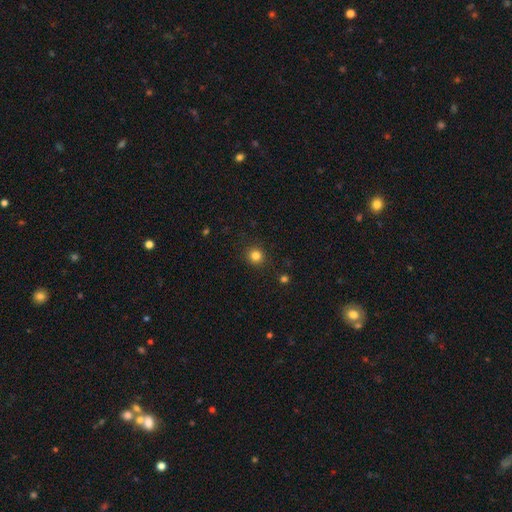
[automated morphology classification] The model was most divided on "smooth or featured": smooth: 83%, star or artifact: 13%, featured or disk: 5%. More confident: how rounded — round (92%); merging — none (91%).